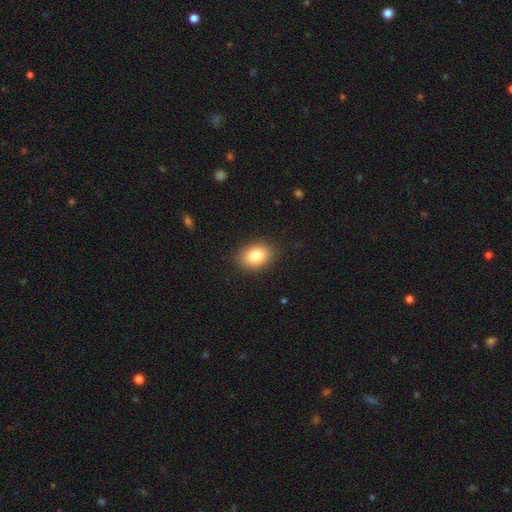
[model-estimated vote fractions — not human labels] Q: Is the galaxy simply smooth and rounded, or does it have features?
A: smooth — 84%.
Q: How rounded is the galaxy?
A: in between — 73%.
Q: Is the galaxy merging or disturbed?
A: none — 89%.